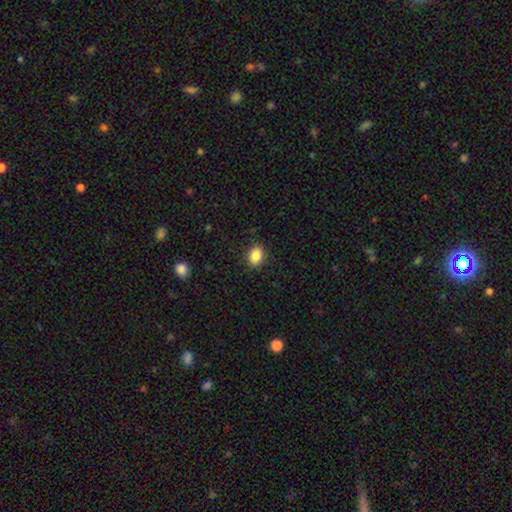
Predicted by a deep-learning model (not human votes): Smooth or featured? Predicted: smooth (p=0.87). How rounded? Predicted: in between (p=0.74). Merging? Predicted: none (p=0.88).